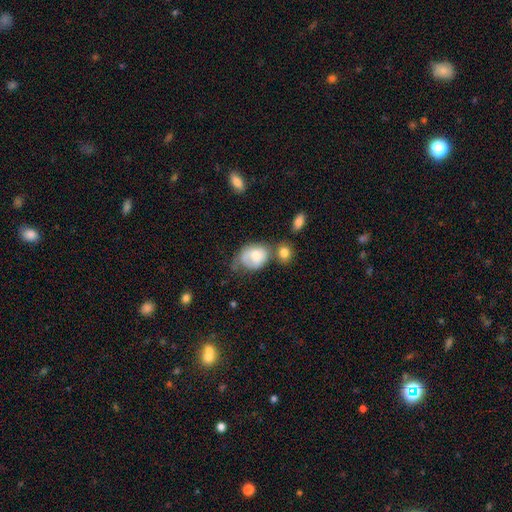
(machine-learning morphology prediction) This appears to be a smooth galaxy with no disk features (61%) that is in between round and cigar-shaped (60%). Merging: none (28%).